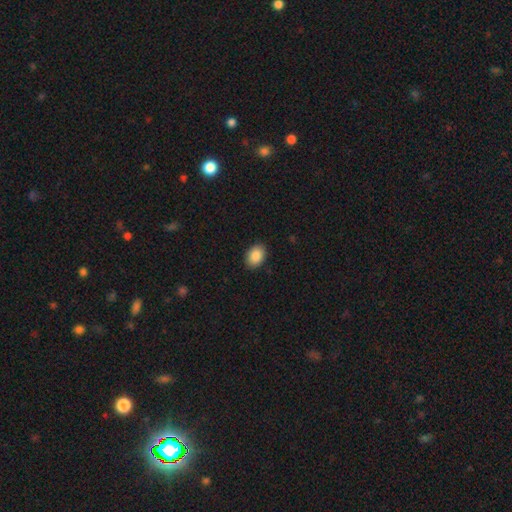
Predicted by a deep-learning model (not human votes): smooth-or-featured: smooth: 88% | star or artifact: 7% | featured or disk: 5%
  how-rounded: in between: 77% | round: 22% | cigar-shaped: 1%
  merging: none: 90% | minor disturbance: 7% | major disturbance: 2% | merger: 1%